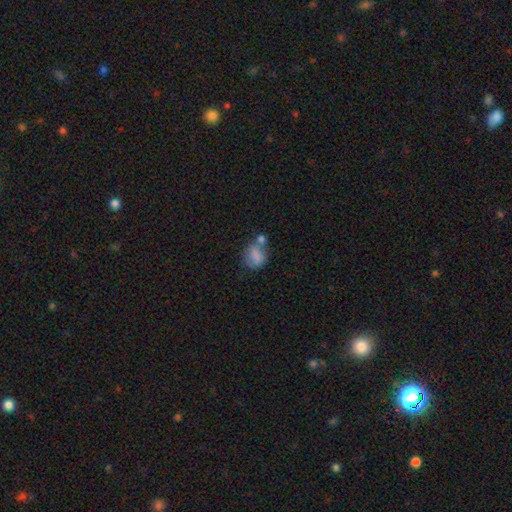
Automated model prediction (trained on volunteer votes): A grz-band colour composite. It shows a smooth galaxy with no disk features (75%) that is round (49%, tied with in between). Merging: none (36%).